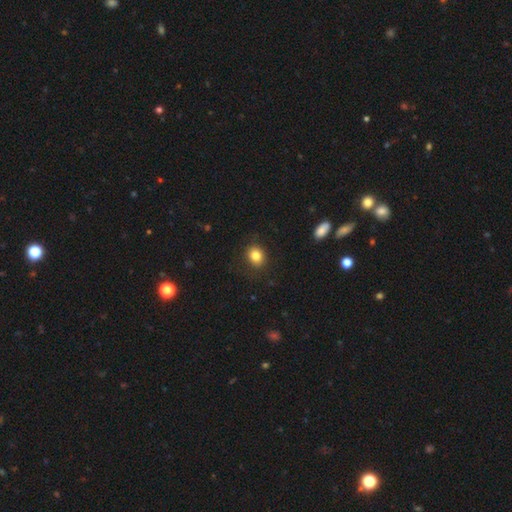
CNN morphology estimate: Smooth or featured?
  - smooth: 83% *
  - star or artifact: 10%
  - featured or disk: 7%
How rounded?
  - round: 65% *
  - in between: 34%
  - cigar-shaped: 1%
Merging?
  - none: 86% *
  - minor disturbance: 10%
  - major disturbance: 3%
  - merger: 1%